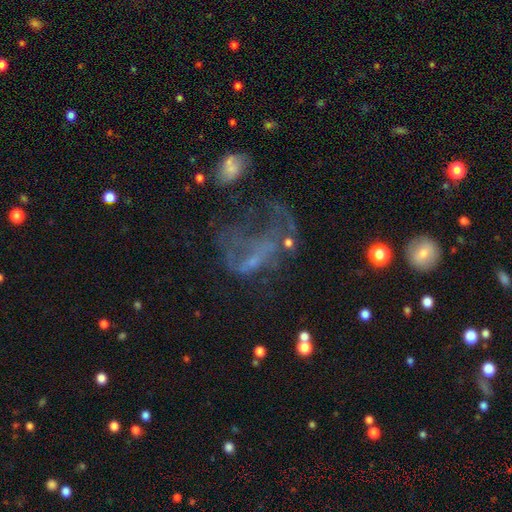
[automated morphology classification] This appears to be a featured or disk galaxy (53%) with no bar (76%), no spiral arms (75%) and no central bulge (58%). Merging: major disturbance (55%).